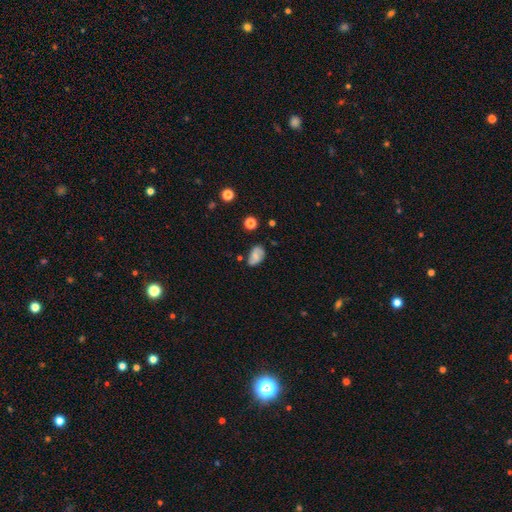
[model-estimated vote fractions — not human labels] smooth_or_featured: smooth (p=0.59) [alt: featured or disk p=0.31]
how_rounded: in between (p=0.89) [alt: round p=0.10]
merging: none (p=0.68) [alt: minor disturbance p=0.23]